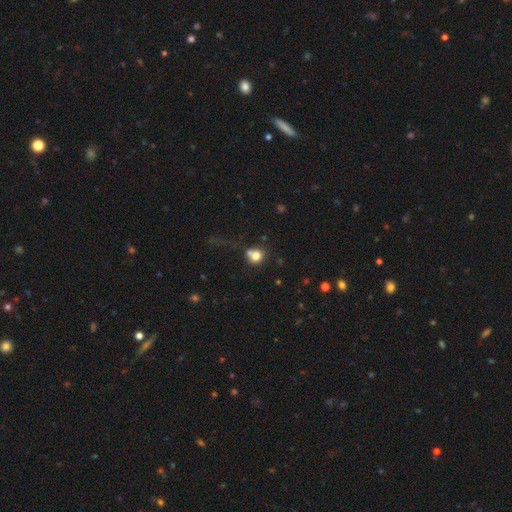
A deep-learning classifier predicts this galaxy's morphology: type=smooth (77%); roundness=round (82%); merging=none (50%).